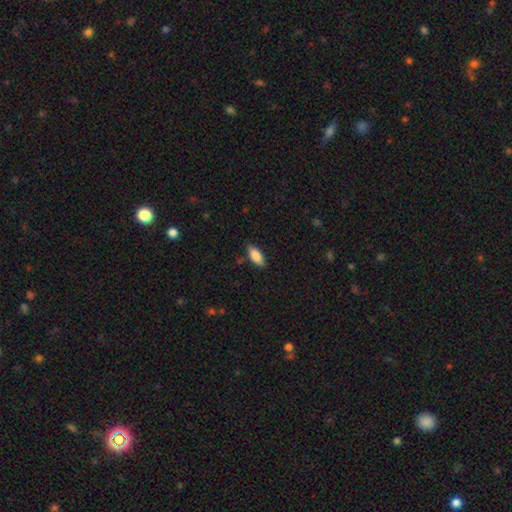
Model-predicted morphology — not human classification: Smooth or featured? smooth (85%)
How rounded? in between (80%)
Merging? none (82%)